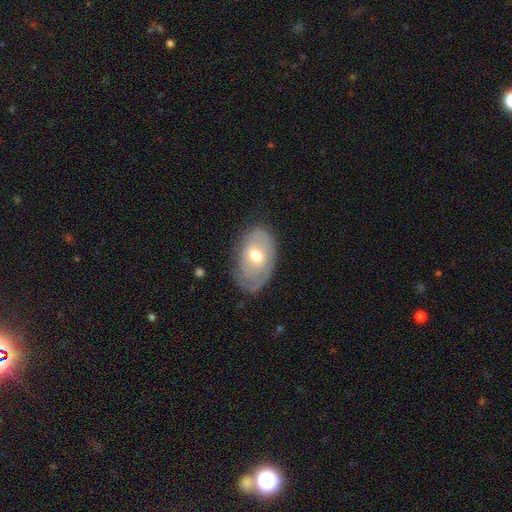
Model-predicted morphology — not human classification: smooth 50%, featured or disk 43%, star or artifact 7%. Down the decision tree: merging — none (61%).